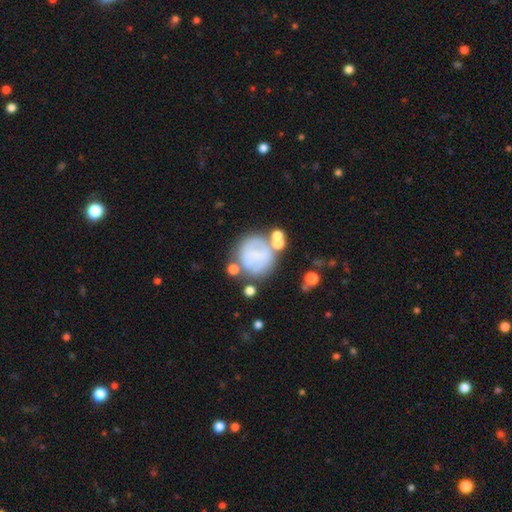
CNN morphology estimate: A smooth galaxy with no disk features (50%).

Vote fractions:
- Smooth or featured? smooth: 50% / featured or disk: 39% / star or artifact: 11%
- Merging? none: 56% / minor disturbance: 19% / major disturbance: 13% / merger: 12%